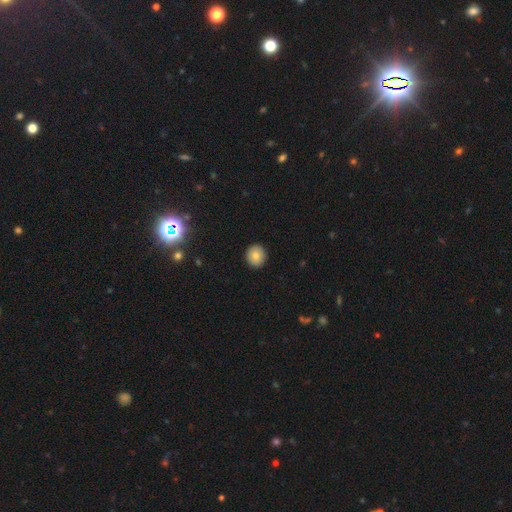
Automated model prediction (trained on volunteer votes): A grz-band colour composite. It shows a smooth galaxy with no disk features (79%) that is round (86%). Merging: none (92%).